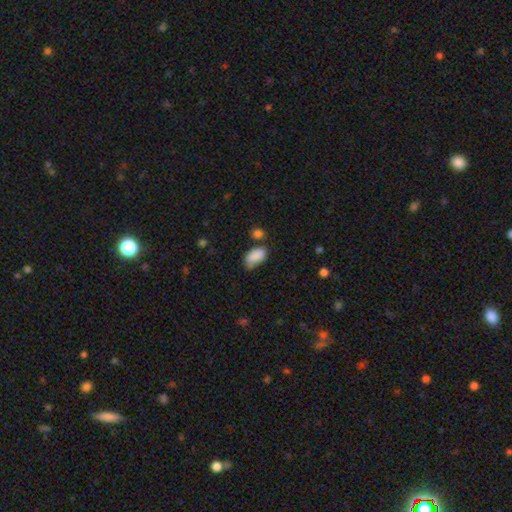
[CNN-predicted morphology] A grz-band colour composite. It shows a smooth galaxy with no disk features (85%) that is in between round and cigar-shaped (91%). Merging: none (47%).